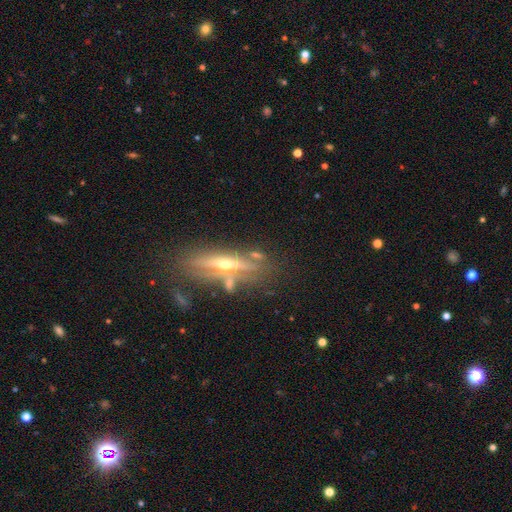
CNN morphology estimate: smooth_or_featured: featured or disk (p=0.69) [alt: smooth p=0.20]
disk_edge_on: yes (p=0.87) [alt: no p=0.13]
edge_on_bulge: rounded (p=0.91) [alt: none p=0.06]
merging: none (p=0.69) [alt: minor disturbance p=0.14]